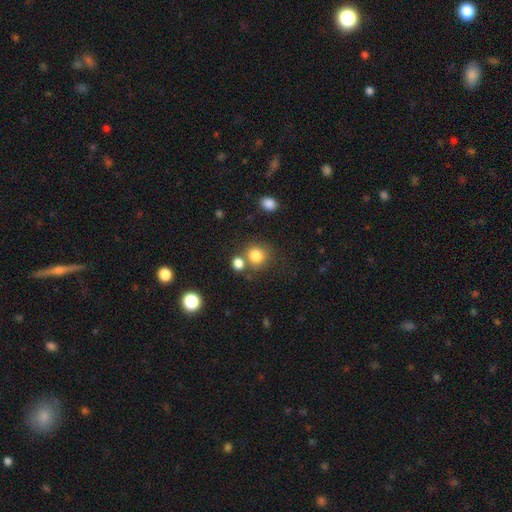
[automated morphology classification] This appears to be a smooth galaxy with no disk features (81%) that is round (87%). Merging: none (65%).